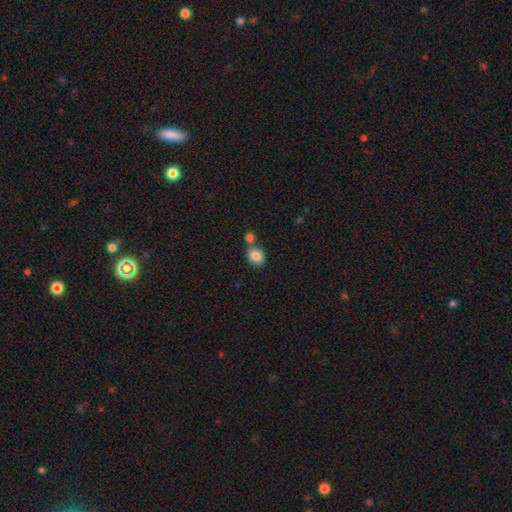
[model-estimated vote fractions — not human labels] Morphology: type=smooth (84%); roundness=round (67%); merging=none (53%).